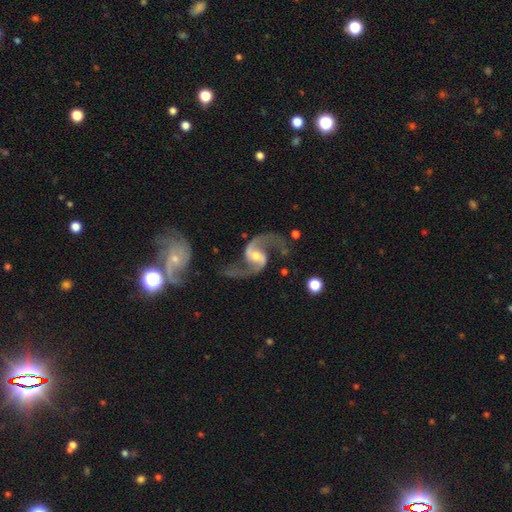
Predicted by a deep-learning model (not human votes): smooth_or_featured: featured or disk (p=0.93) [alt: star or artifact p=0.04]
disk_edge_on: no (p=0.98) [alt: yes p=0.02]
bar: weak (p=0.47) [alt: no p=0.29]
has_spiral_arms: yes (p=0.98) [alt: no p=0.02]
spiral_winding: loose (p=0.67) [alt: medium p=0.28]
spiral_arm_count: 2 (p=0.94) [alt: 1 p=0.01]
bulge_size: moderate (p=0.59) [alt: small p=0.31]
merging: none (p=0.71) [alt: minor disturbance p=0.15]